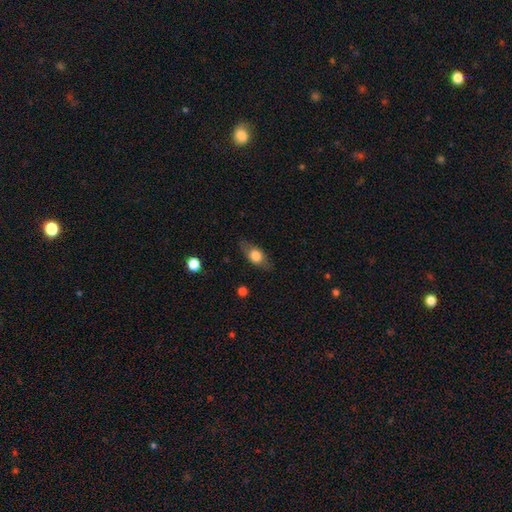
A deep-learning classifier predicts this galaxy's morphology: Smooth or featured?
  - smooth: 71% *
  - featured or disk: 22%
  - star or artifact: 7%
How rounded?
  - in between: 76% *
  - round: 15%
  - cigar-shaped: 9%
Merging?
  - none: 76% *
  - minor disturbance: 17%
  - major disturbance: 6%
  - merger: 1%